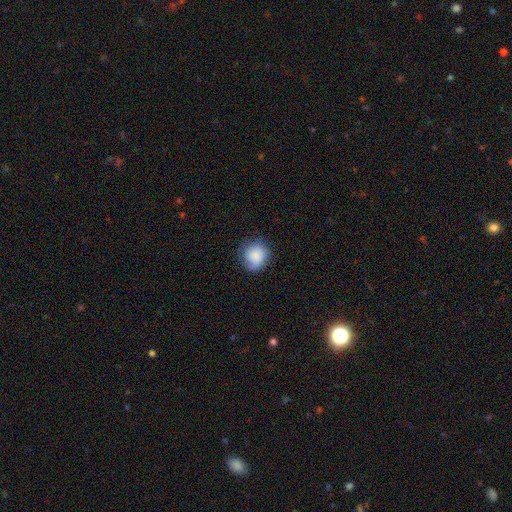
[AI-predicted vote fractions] The model was most divided on "merging": none: 72%, minor disturbance: 21%, major disturbance: 6%, merger: 1%. More confident: smooth or featured — smooth (84%); how rounded — round (80%).